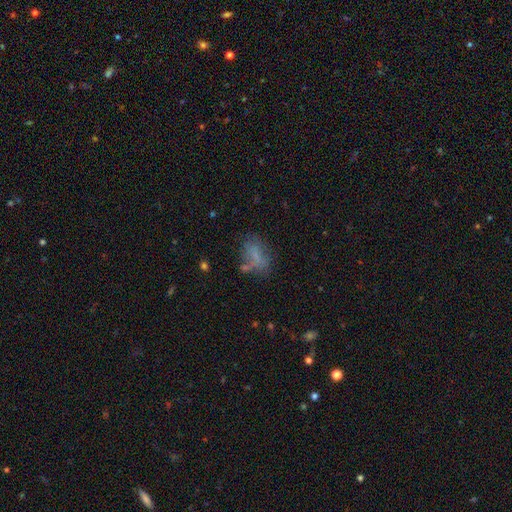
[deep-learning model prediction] A smooth galaxy with no disk features (59%) that is in between round and cigar-shaped (83%). Merging: none (46%).